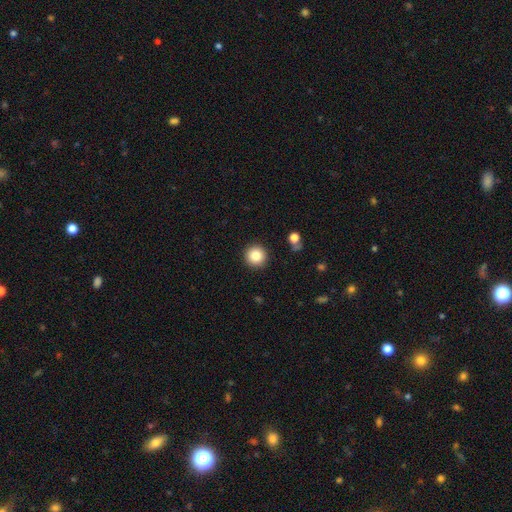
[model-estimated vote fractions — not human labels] Overall: smooth (84%). How rounded: round (95%). Merging: none (92%).